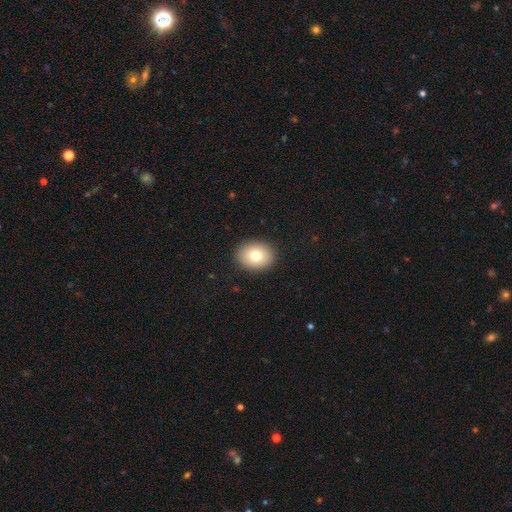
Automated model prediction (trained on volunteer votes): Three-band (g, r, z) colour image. It shows a smooth galaxy with no disk features (77%) that is round (55%). Merging: none (91%).